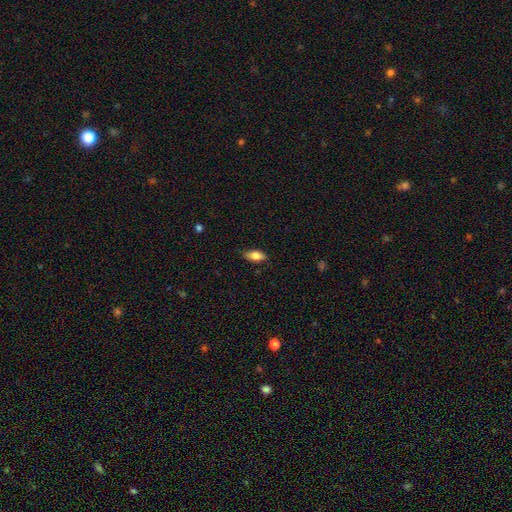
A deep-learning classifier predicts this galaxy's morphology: Smooth or featured: smooth — 80% (featured or disk — 13%)
How rounded: in between — 85% (cigar-shaped — 12%)
Merging: none — 81% (minor disturbance — 15%)